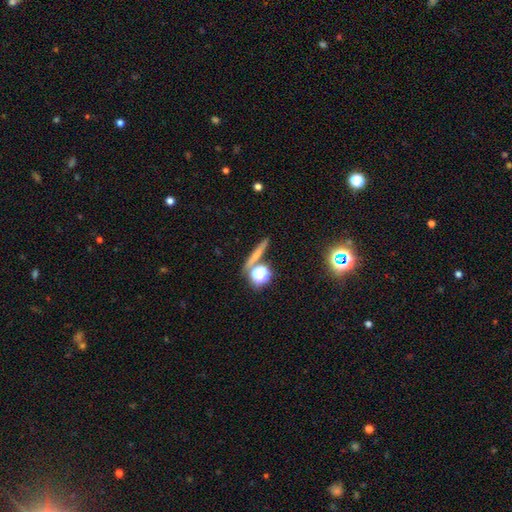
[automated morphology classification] A smooth galaxy with no disk features (54%) that is cigar-shaped (65%).

Vote fractions:
- Smooth or featured? smooth: 54% / featured or disk: 26% / star or artifact: 19%
- How rounded? cigar-shaped: 65% / round: 25% / in between: 10%
- Merging? none: 77% / merger: 11% / minor disturbance: 8% / major disturbance: 3%